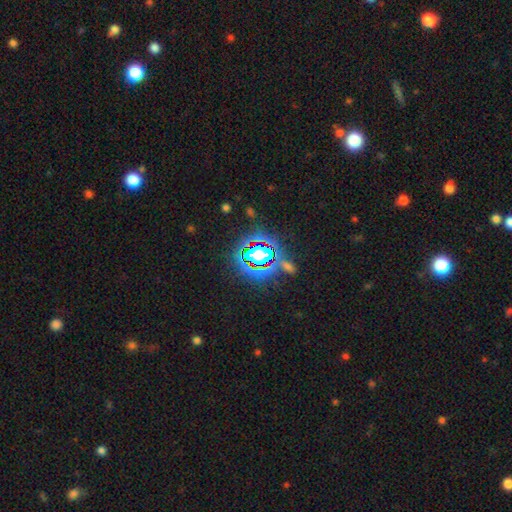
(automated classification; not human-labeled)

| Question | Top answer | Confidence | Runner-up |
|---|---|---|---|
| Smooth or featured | star or artifact | 82% | smooth (11%) |